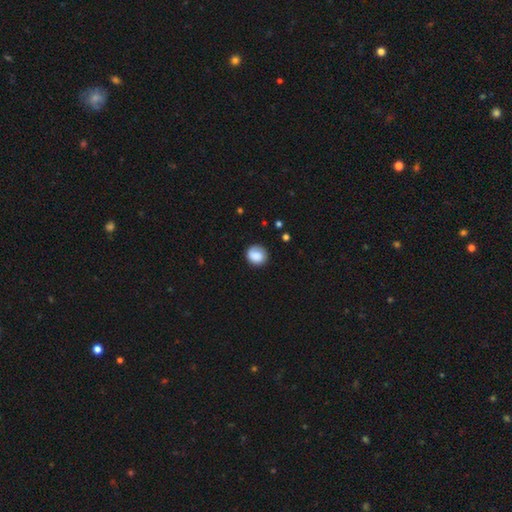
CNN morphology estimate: This is clearly a smooth galaxy (84%). How rounded: clearly round (82%). Merging: likely none (80%).